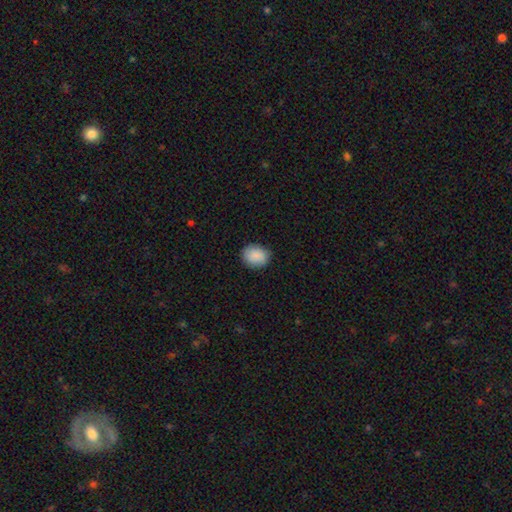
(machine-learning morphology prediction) The model was most divided on "how rounded": round: 56%, in between: 43%, cigar-shaped: 1%. More confident: smooth or featured — smooth (87%); merging — none (86%).